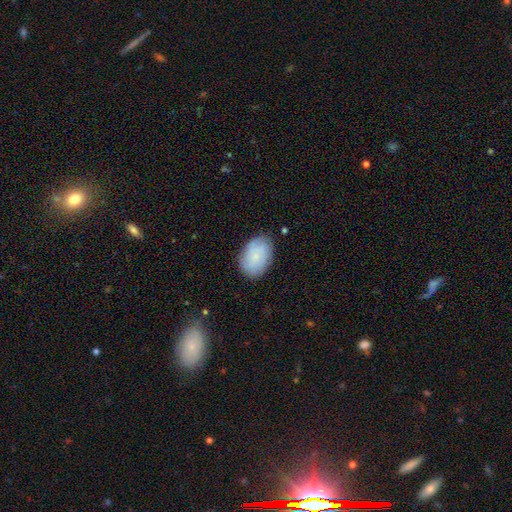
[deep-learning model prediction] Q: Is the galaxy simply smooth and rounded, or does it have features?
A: smooth — 70%.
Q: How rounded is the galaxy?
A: in between — 88%.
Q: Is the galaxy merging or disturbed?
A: none — 81%.